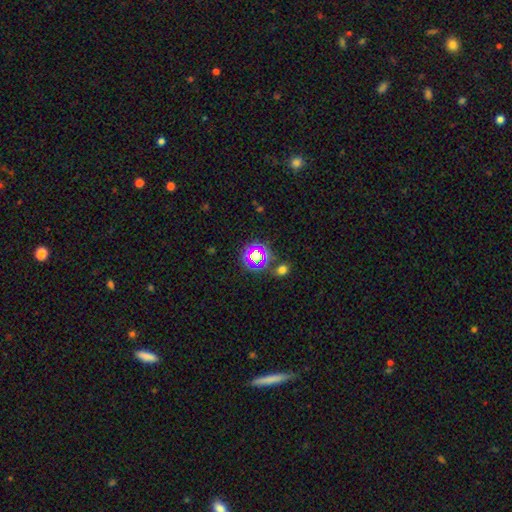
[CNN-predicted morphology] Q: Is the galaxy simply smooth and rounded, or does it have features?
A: star or artifact — 57%.